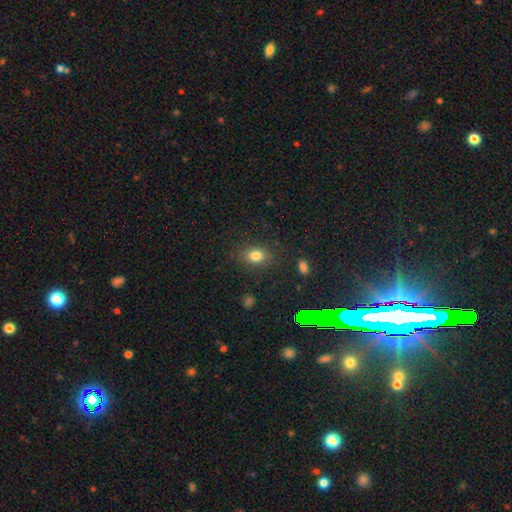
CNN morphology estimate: smooth_or_featured: smooth (p=0.78) [alt: star or artifact p=0.14]
how_rounded: in between (p=0.67) [alt: round p=0.31]
merging: none (p=0.83) [alt: minor disturbance p=0.11]